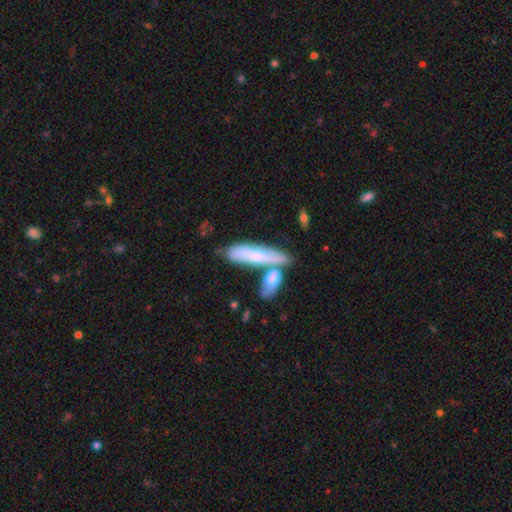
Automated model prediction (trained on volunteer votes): Overall: smooth (64%; featured or disk 30%). How rounded: cigar-shaped (69%). Merging: none (45%; merger 32%).